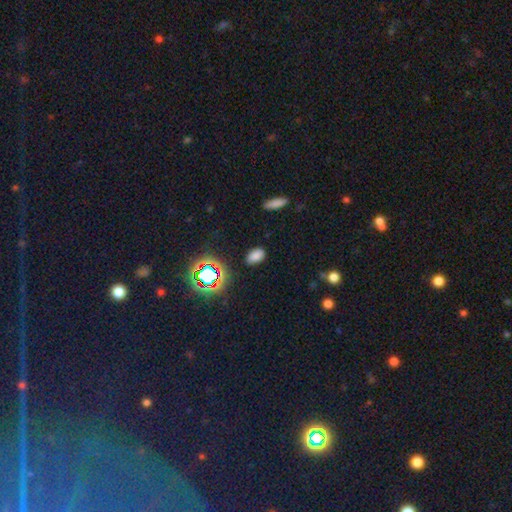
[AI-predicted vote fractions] Smooth or featured?
  - smooth: 77% *
  - star or artifact: 18%
  - featured or disk: 6%
How rounded?
  - in between: 89% *
  - round: 9%
  - cigar-shaped: 2%
Merging?
  - none: 86% *
  - minor disturbance: 10%
  - major disturbance: 3%
  - merger: 2%